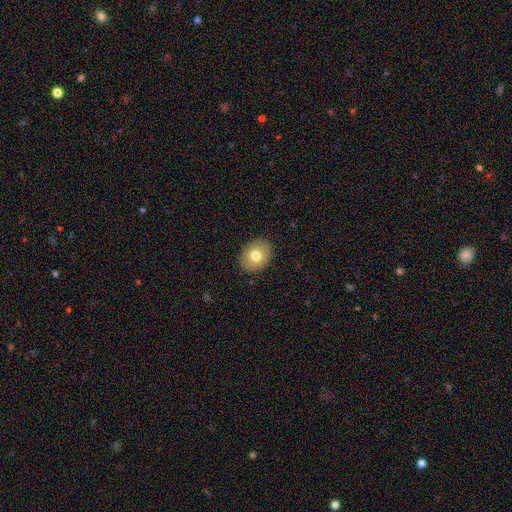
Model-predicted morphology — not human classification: This appears to be a smooth galaxy with no disk features (76%) that is in between round and cigar-shaped (56%). Merging: none (90%).